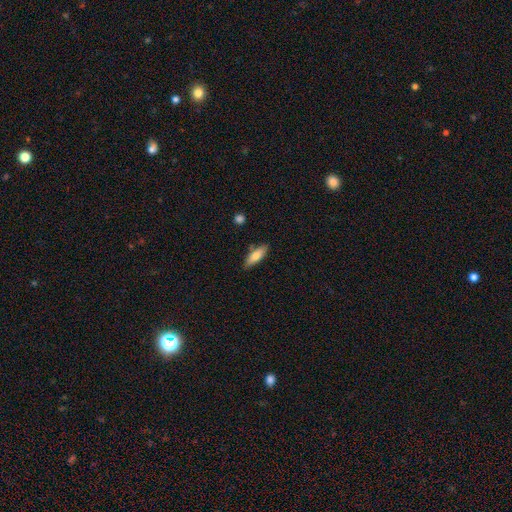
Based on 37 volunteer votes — Overall: smooth (65%; featured or disk 32%). How rounded: in between (50%, tied with cigar-shaped). Merging: none (67%; minor disturbance 28%).